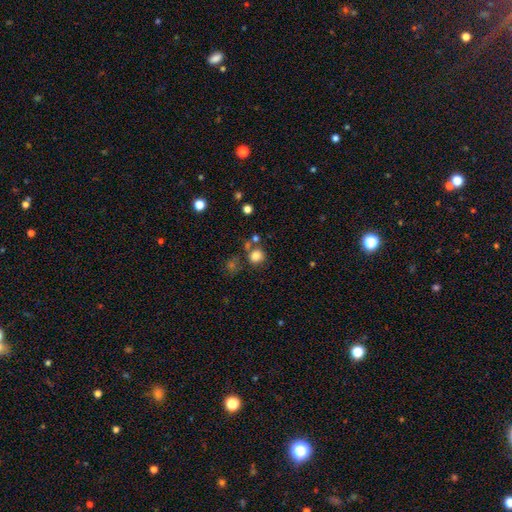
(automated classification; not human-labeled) smooth_or_featured: smooth (p=0.81) [alt: star or artifact p=0.13]
how_rounded: round (p=0.83) [alt: in between p=0.16]
merging: none (p=0.67) [alt: merger p=0.16]